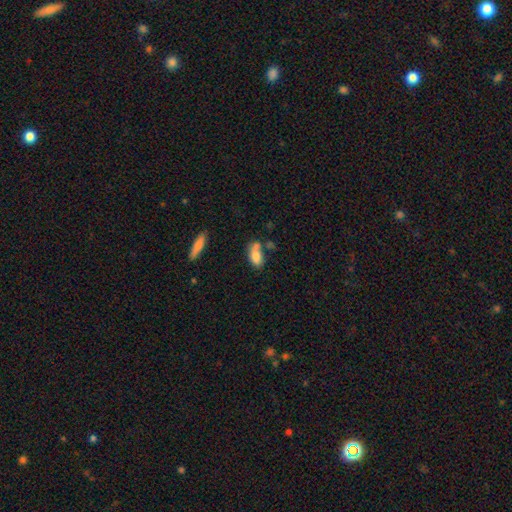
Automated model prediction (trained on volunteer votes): smooth_or_featured: smooth (p=0.77) [alt: featured or disk p=0.15]
how_rounded: in between (p=0.87) [alt: cigar-shaped p=0.08]
merging: none (p=0.43) [alt: merger p=0.31]